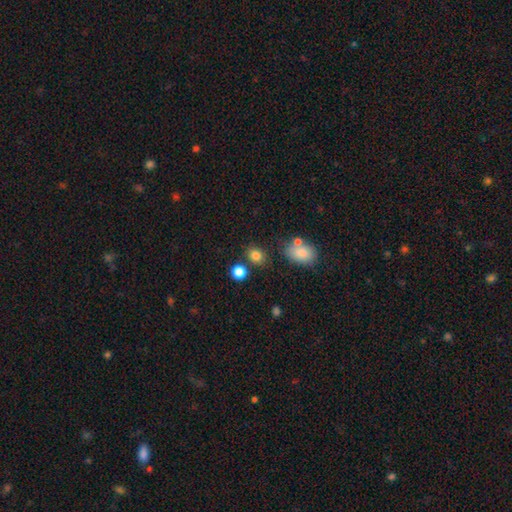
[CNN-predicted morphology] A smooth galaxy with no disk features (82%) that is round (59%).

Vote fractions:
- Smooth or featured? smooth: 82% / star or artifact: 12% / featured or disk: 6%
- How rounded? round: 59% / in between: 39% / cigar-shaped: 1%
- Merging? none: 75% / minor disturbance: 12% / merger: 10% / major disturbance: 4%